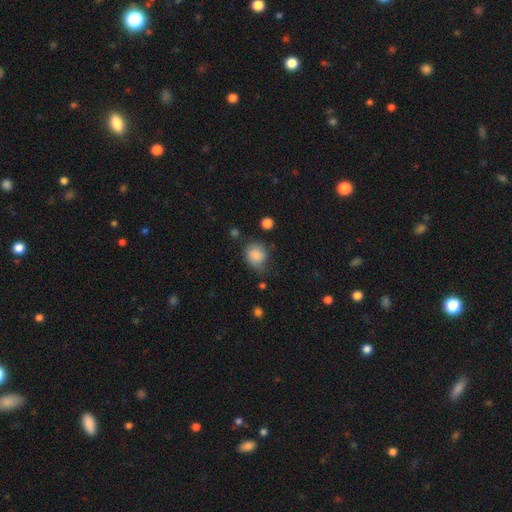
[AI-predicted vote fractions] Smooth or featured? Predicted: smooth (p=0.82). How rounded? Predicted: round (p=0.62). Merging? Predicted: none (p=0.57).